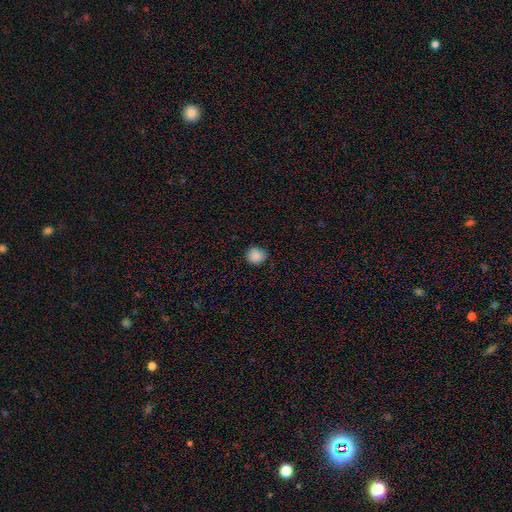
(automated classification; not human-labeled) A smooth galaxy with no disk features (87%) that is round (84%).

Vote fractions:
- Smooth or featured? smooth: 87% / star or artifact: 10% / featured or disk: 3%
- How rounded? round: 84% / in between: 15% / cigar-shaped: 1%
- Merging? none: 82% / minor disturbance: 14% / major disturbance: 2% / merger: 1%